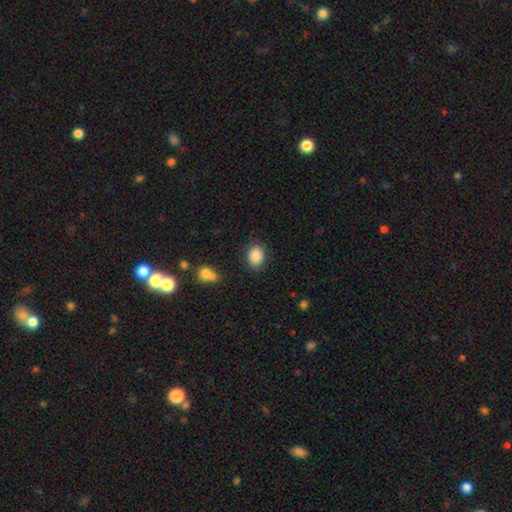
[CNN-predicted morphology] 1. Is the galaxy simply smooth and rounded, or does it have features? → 87% smooth, 8% star or artifact, 5% featured or disk.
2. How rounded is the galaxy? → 66% in between, 33% round, 1% cigar-shaped.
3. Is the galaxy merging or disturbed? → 81% none, 13% minor disturbance, 4% major disturbance, 3% merger.